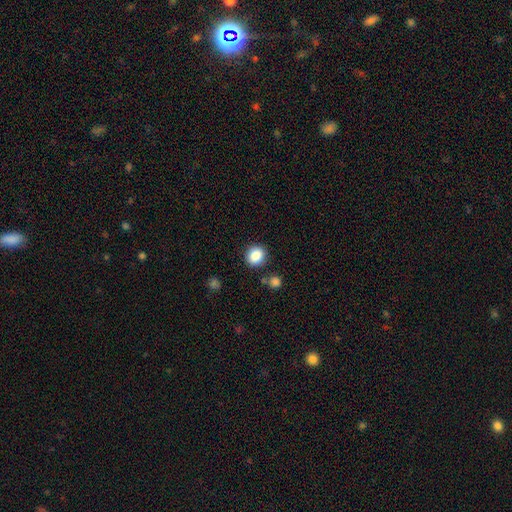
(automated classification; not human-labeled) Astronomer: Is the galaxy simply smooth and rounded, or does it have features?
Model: smooth — 87%.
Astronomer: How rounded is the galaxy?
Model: round — 83%.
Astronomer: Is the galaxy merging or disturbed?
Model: none — 86%.